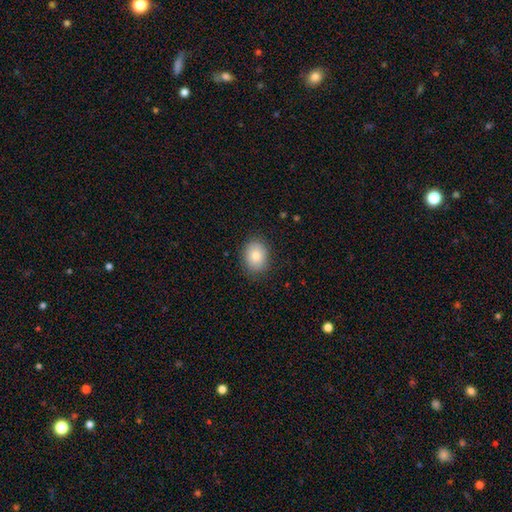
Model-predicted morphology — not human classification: Smooth or featured?
  - smooth: 81% *
  - featured or disk: 10%
  - star or artifact: 9%
How rounded?
  - round: 51% *
  - in between: 48%
  - cigar-shaped: 1%
Merging?
  - none: 86% *
  - minor disturbance: 10%
  - major disturbance: 3%
  - merger: 1%